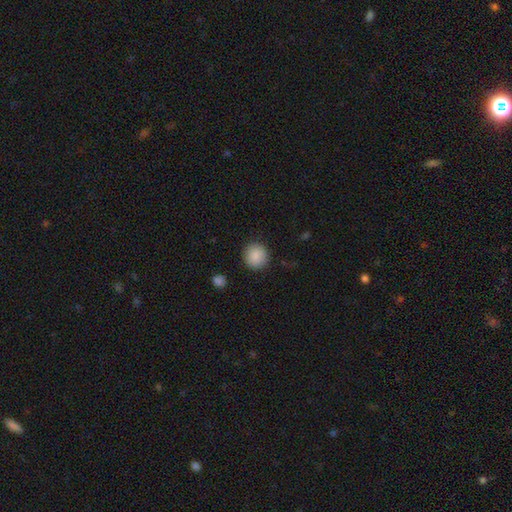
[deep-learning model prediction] Smooth or featured? Predicted: smooth (p=0.89). How rounded? Predicted: round (p=0.92). Merging? Predicted: none (p=0.90).